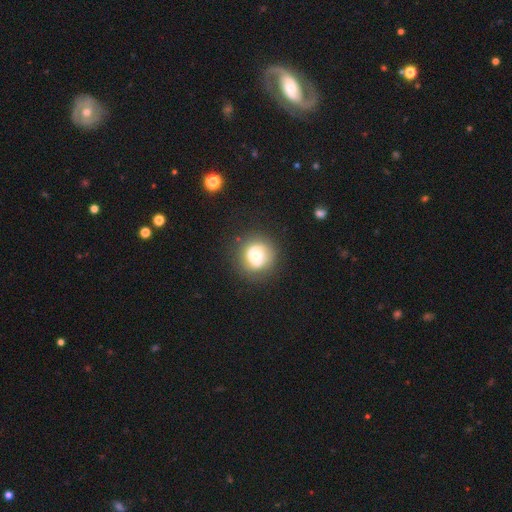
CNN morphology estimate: A featured or disk galaxy (50%). Merging: none (78%).